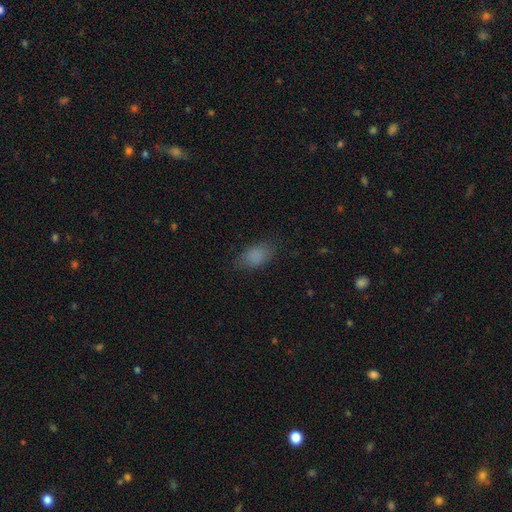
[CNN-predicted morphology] smooth-or-featured: smooth: 85% | star or artifact: 9% | featured or disk: 6%
  how-rounded: in between: 89% | round: 8% | cigar-shaped: 3%
  merging: none: 76% | minor disturbance: 17% | major disturbance: 6% | merger: 1%